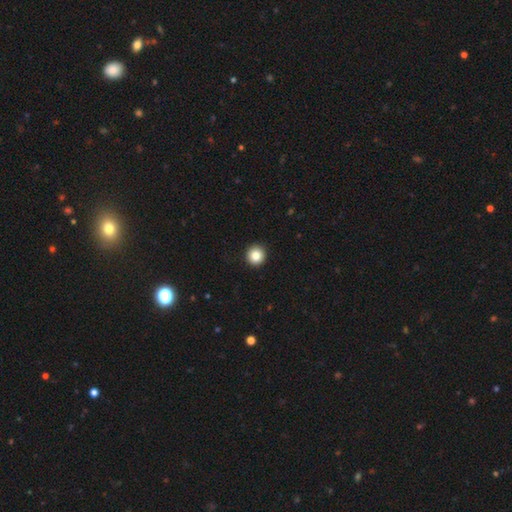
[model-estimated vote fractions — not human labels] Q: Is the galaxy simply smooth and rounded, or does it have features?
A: smooth — 84%.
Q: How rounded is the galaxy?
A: round — 95%.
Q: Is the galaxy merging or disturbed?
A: none — 94%.